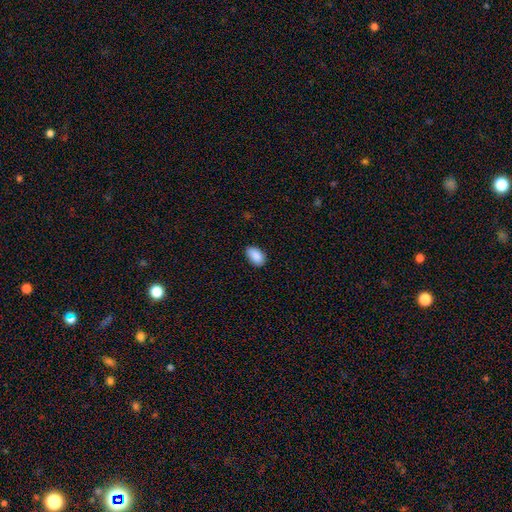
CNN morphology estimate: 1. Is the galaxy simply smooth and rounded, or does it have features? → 90% smooth, 7% star or artifact, 3% featured or disk.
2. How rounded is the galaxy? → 93% in between, 6% round, 1% cigar-shaped.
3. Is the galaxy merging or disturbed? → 85% none, 12% minor disturbance, 2% major disturbance, 1% merger.